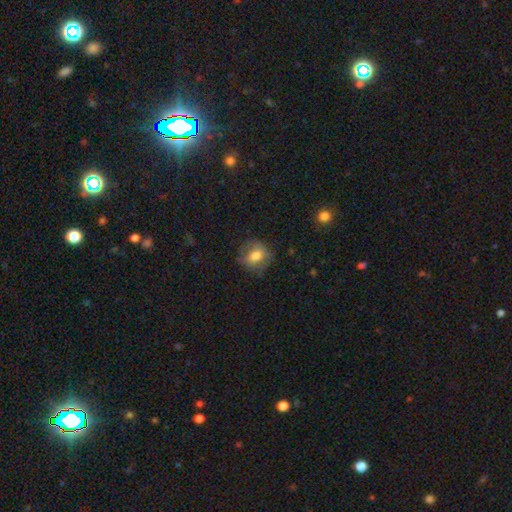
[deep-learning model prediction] Smooth or featured? smooth (71%)
How rounded? round (69%)
Merging? none (72%)